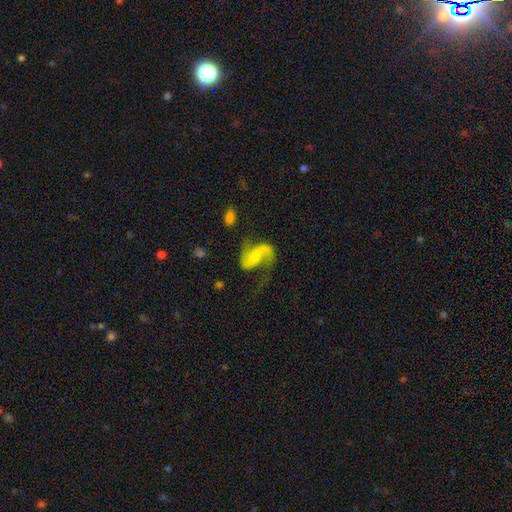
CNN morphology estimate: A featured or disk galaxy (82%) with a weak bar (41%), 2 (82%) loose (70%) spiral arms (95%) and no central bulge (57%). Merging: none (51%).